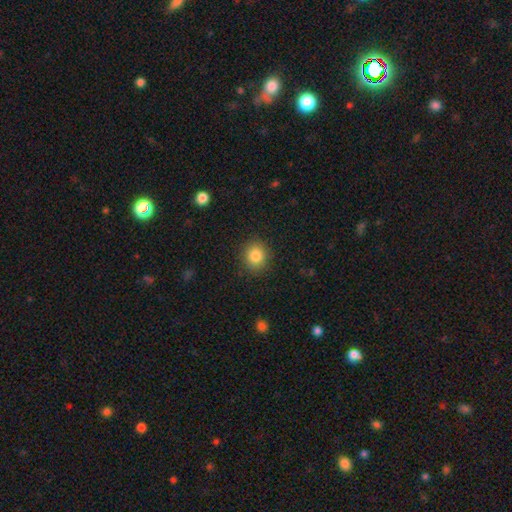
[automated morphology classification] Smooth or featured?
  - smooth: 84% *
  - star or artifact: 10%
  - featured or disk: 6%
How rounded?
  - round: 79% *
  - in between: 20%
  - cigar-shaped: 1%
Merging?
  - none: 89% *
  - minor disturbance: 8%
  - major disturbance: 3%
  - merger: 1%